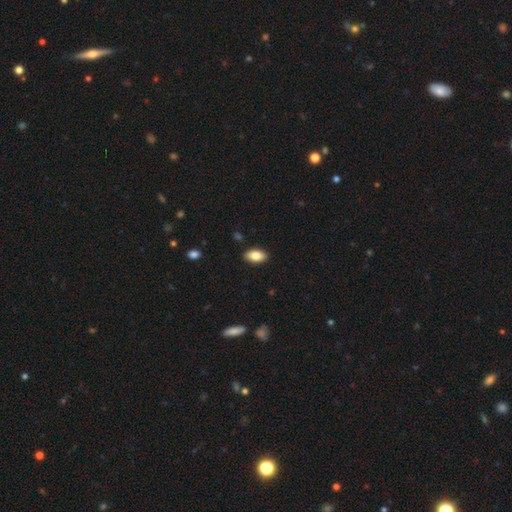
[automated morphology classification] A smooth galaxy with no disk features (84%) that is in between round and cigar-shaped (93%). Merging: none (89%).